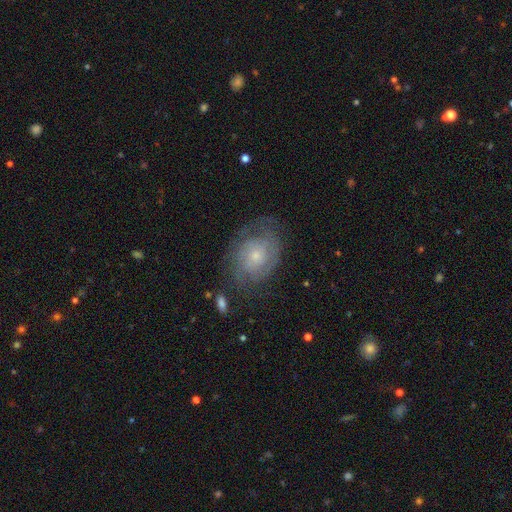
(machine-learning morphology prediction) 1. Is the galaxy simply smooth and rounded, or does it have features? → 70% featured or disk, 23% smooth, 8% star or artifact.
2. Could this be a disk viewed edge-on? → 97% no, 3% yes.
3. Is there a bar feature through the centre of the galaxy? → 79% no, 18% weak, 3% strong.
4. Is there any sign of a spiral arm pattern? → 85% yes, 15% no.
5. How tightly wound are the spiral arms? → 61% tight, 29% medium, 10% loose.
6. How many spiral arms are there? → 44% can't tell, 32% 2, 11% 3, 5% 1, 5% 4, 4% more than 4.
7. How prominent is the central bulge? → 64% small, 30% moderate, 3% large, 3% none, 1% dominant.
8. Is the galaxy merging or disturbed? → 66% none, 21% minor disturbance, 12% major disturbance, 2% merger.